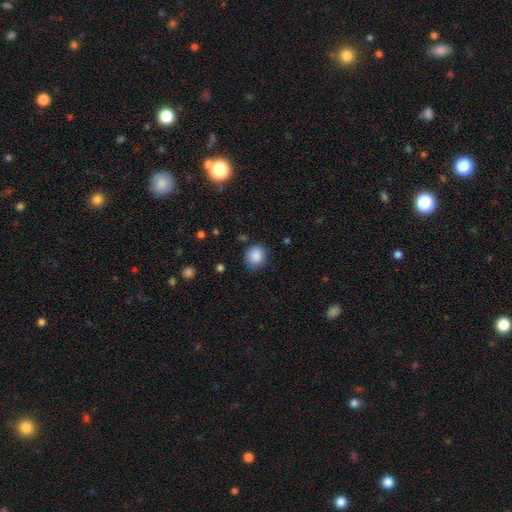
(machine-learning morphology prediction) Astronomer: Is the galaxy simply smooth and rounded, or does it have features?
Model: smooth — 88%.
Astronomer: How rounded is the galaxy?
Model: round — 77%.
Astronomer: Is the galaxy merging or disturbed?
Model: none — 80%.